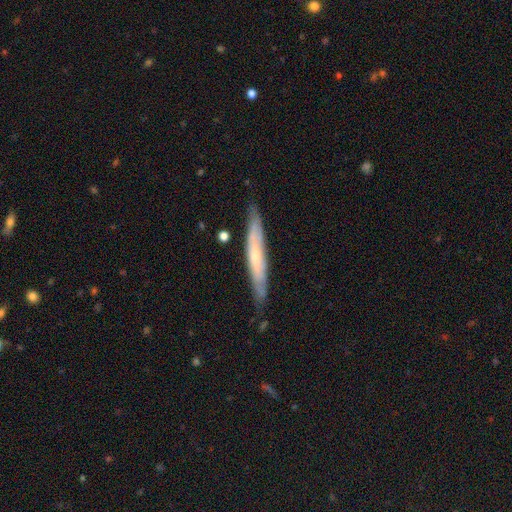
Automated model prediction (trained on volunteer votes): Morphology: type=featured or disk (53%); edge-on=yes (80%); merging=none (81%).